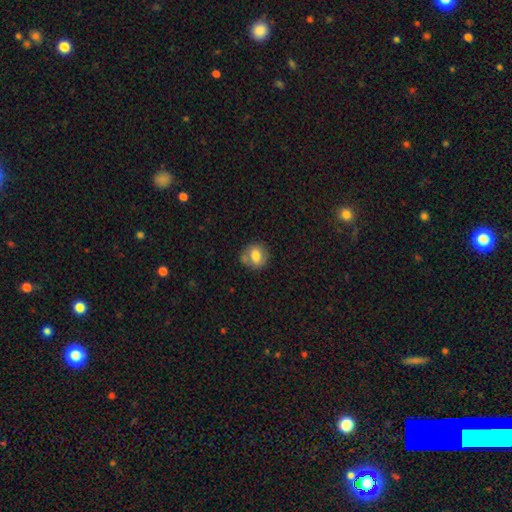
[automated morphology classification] smooth-or-featured: smooth: 75% | featured or disk: 16% | star or artifact: 9%
  how-rounded: round: 71% | in between: 28% | cigar-shaped: 1%
  merging: none: 62% | minor disturbance: 20% | merger: 12% | major disturbance: 6%